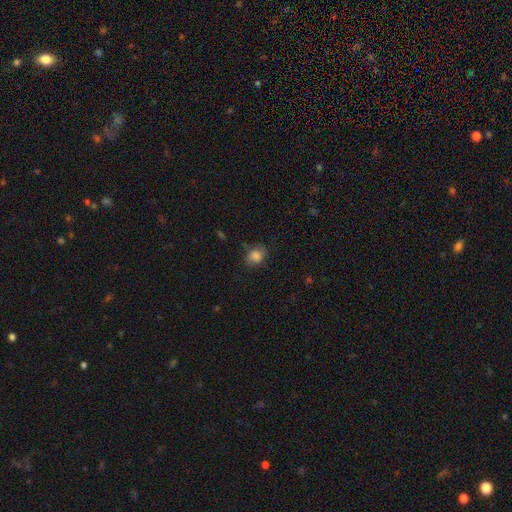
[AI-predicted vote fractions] A smooth galaxy with no disk features (74%) that is in between round and cigar-shaped (52%). Merging: none (63%).